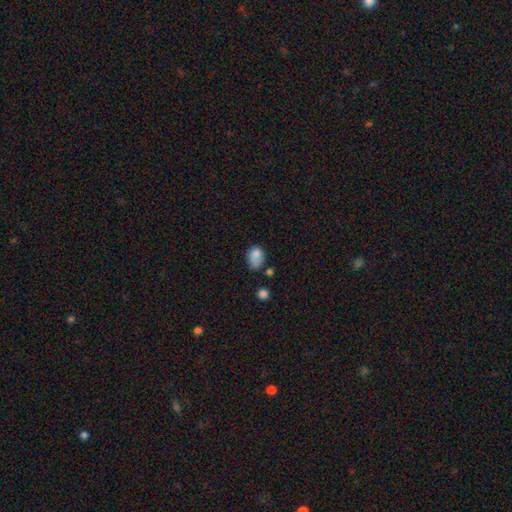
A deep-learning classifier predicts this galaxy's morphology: Overall: smooth (81%). How rounded: in between (72%). Merging: none (41%; minor disturbance 36%).